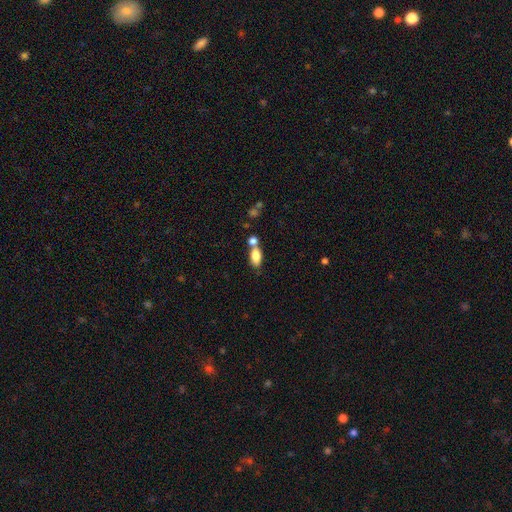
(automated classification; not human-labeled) Smooth or featured? Predicted: smooth (p=0.82). How rounded? Predicted: in between (p=0.88). Merging? Predicted: none (p=0.49).